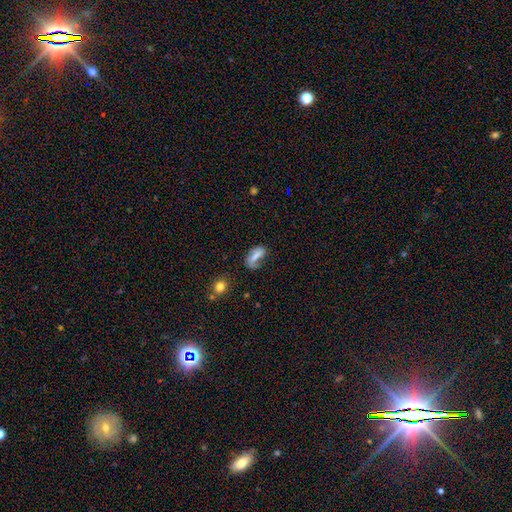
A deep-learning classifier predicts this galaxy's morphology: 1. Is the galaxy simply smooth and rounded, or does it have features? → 57% smooth, 33% featured or disk, 11% star or artifact.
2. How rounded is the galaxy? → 80% in between, 13% cigar-shaped, 7% round.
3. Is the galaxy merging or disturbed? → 44% none, 25% minor disturbance, 23% major disturbance, 7% merger.